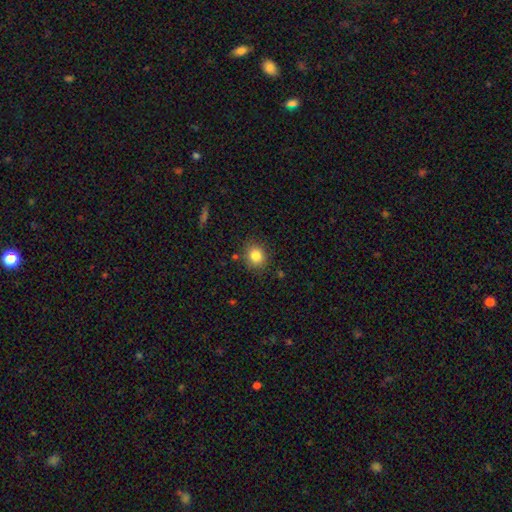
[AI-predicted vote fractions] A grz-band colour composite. It shows a smooth galaxy with no disk features (84%) that is round (78%). Merging: none (85%).